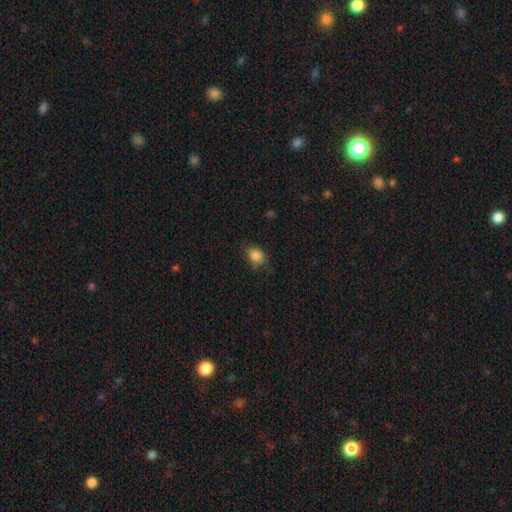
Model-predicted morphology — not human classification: A smooth galaxy with no disk features (85%) that is in between round and cigar-shaped (68%).

Vote fractions:
- Smooth or featured? smooth: 85% / star or artifact: 9% / featured or disk: 5%
- How rounded? in between: 68% / round: 31% / cigar-shaped: 1%
- Merging? none: 73% / minor disturbance: 21% / major disturbance: 5% / merger: 1%